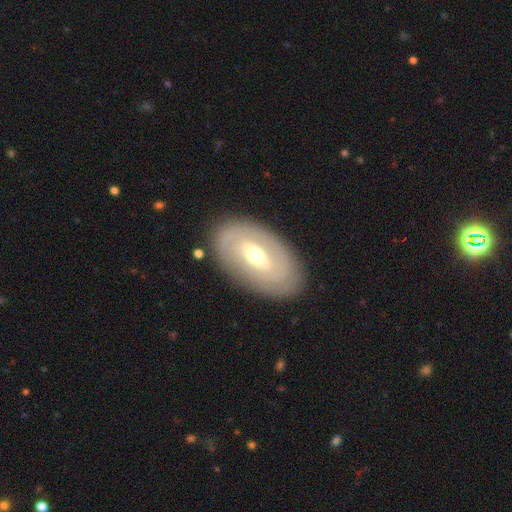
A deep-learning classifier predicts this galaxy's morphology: Smooth or featured? featured or disk (73%)
Edge-on disk? no (92%)
Bar? weak (45%)
Spiral arms? yes (68%)
Bulge size? moderate (69%)
Merging? none (84%)